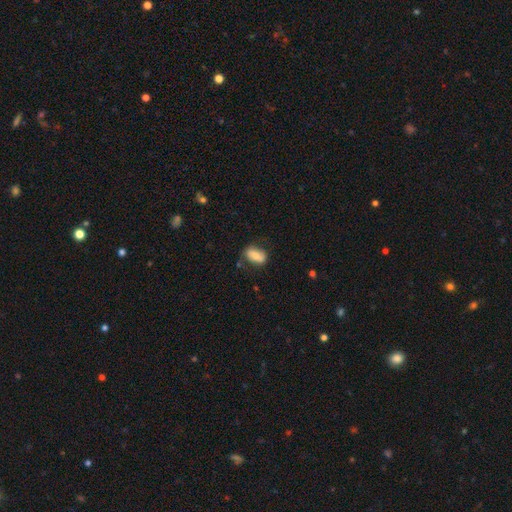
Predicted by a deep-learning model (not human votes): smooth-or-featured: smooth: 72% | featured or disk: 21% | star or artifact: 7%
  how-rounded: in between: 87% | round: 9% | cigar-shaped: 4%
  merging: none: 68% | minor disturbance: 22% | major disturbance: 6% | merger: 3%